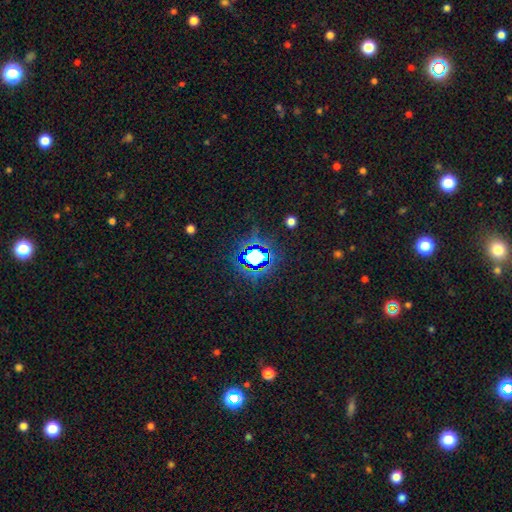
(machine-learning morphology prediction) Smooth or featured?
  - star or artifact: 72% *
  - smooth: 17%
  - featured or disk: 11%